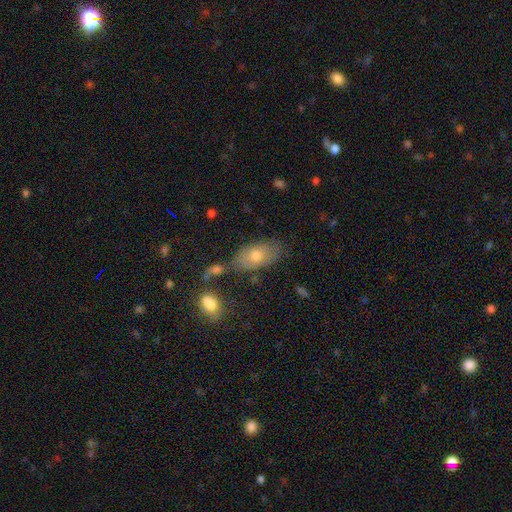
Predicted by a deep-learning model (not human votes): The model was most divided on "smooth or featured": smooth: 69%, featured or disk: 22%, star or artifact: 9%. More confident: how rounded — in between (90%); merging — none (68%).